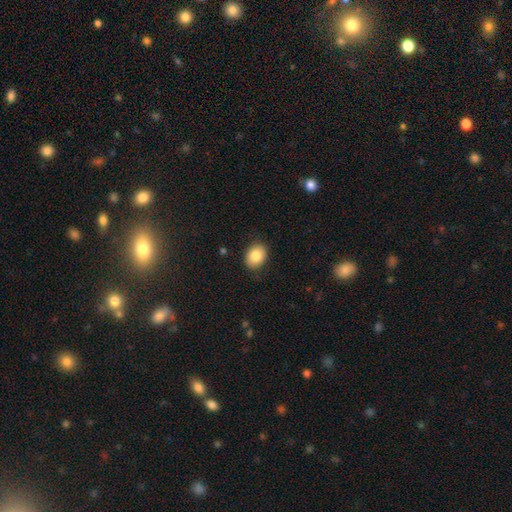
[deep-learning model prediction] smooth_or_featured: smooth (p=0.85) [alt: star or artifact p=0.08]
how_rounded: in between (p=0.64) [alt: round p=0.35]
merging: none (p=0.87) [alt: minor disturbance p=0.10]